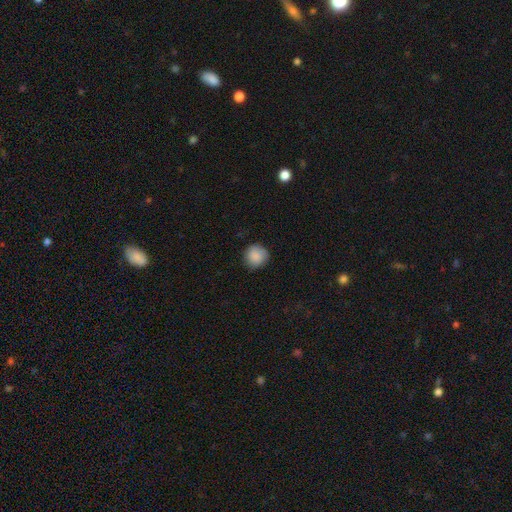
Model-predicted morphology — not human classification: A smooth galaxy with no disk features (87%) that is round (91%).

Vote fractions:
- Smooth or featured? smooth: 87% / star or artifact: 7% / featured or disk: 5%
- How rounded? round: 91% / in between: 8% / cigar-shaped: 1%
- Merging? none: 83% / minor disturbance: 13% / major disturbance: 3% / merger: 1%